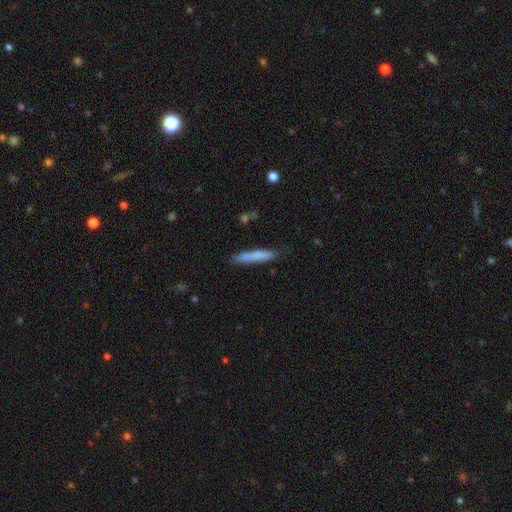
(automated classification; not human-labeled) This is likely a smooth galaxy (73%). How rounded: clearly cigar-shaped (91%). Merging: likely none (75%).